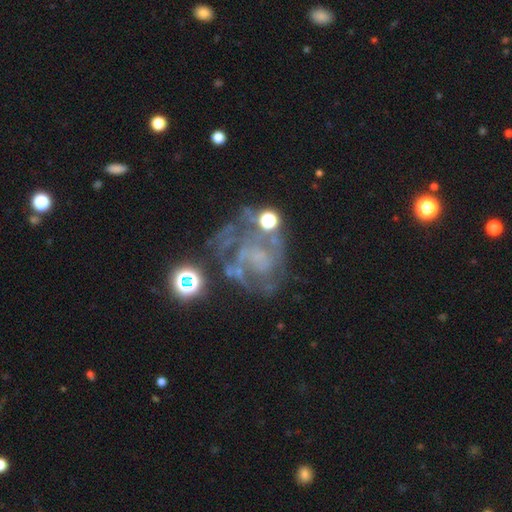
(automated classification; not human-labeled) Morphology: type=featured or disk (69%); edge-on=no (98%); bar=no (80%); spiral arms=yes (54%); bulge=none (66%); merging=none (43%).